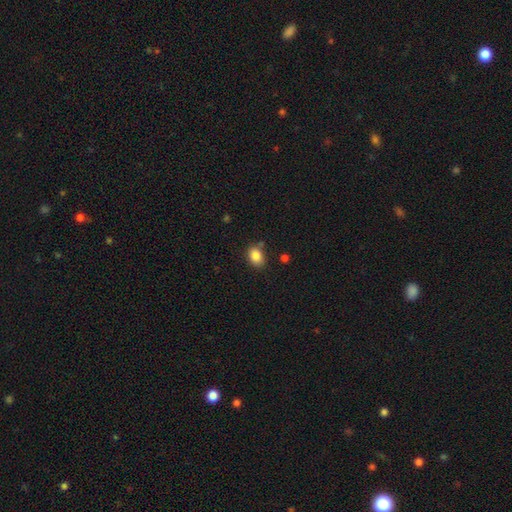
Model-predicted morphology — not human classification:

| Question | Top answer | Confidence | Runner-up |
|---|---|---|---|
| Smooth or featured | smooth | 86% | star or artifact (9%) |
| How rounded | in between | 69% | round (30%) |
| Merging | none | 77% | minor disturbance (14%) |